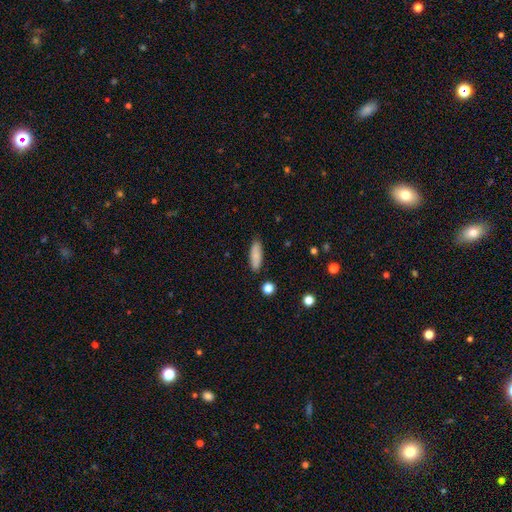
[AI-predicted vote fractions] smooth_or_featured: smooth (p=0.83) [alt: featured or disk p=0.10]
how_rounded: in between (p=0.55) [alt: cigar-shaped p=0.42]
merging: none (p=0.87) [alt: minor disturbance p=0.10]